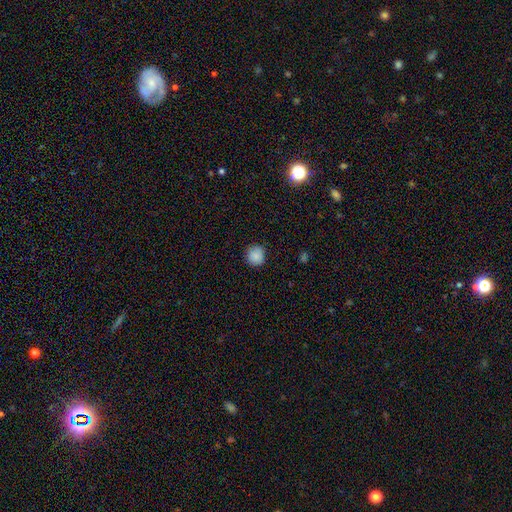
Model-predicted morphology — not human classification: This is clearly a smooth galaxy (87%). How rounded: clearly round (89%). Merging: clearly none (85%).